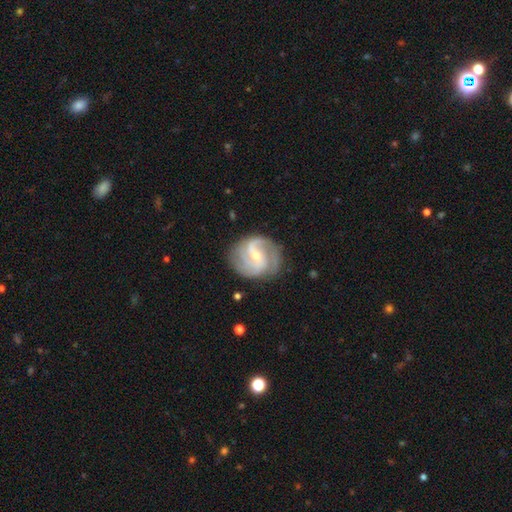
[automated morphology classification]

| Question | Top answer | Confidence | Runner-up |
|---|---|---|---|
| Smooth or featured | featured or disk | 87% | smooth (8%) |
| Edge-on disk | no | 98% | yes (2%) |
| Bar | weak | 48% | no (35%) |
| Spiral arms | yes | 97% | no (3%) |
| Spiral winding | medium | 51% | tight (31%) |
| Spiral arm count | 2 | 44% | 3 (31%) |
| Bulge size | small | 56% | moderate (41%) |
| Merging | none | 77% | minor disturbance (15%) |